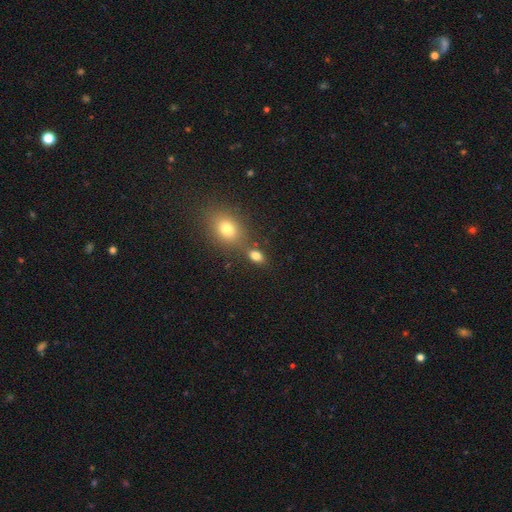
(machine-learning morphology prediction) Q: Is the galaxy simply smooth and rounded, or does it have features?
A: smooth — 78%.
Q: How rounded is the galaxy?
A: in between — 76%.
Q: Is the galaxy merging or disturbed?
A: none — 62%.